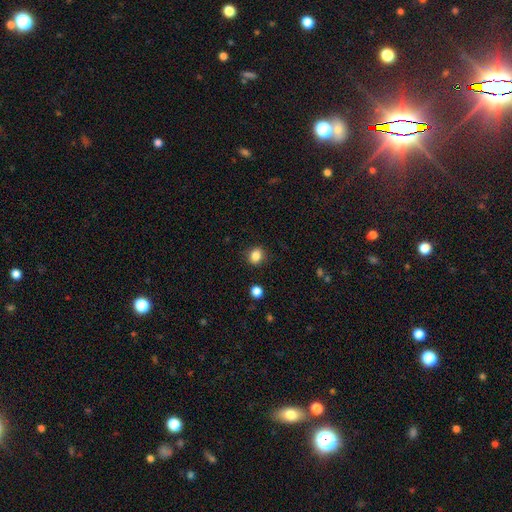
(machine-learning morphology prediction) Smooth or featured?
  - smooth: 85% *
  - star or artifact: 11%
  - featured or disk: 4%
How rounded?
  - round: 76% *
  - in between: 23%
  - cigar-shaped: 1%
Merging?
  - none: 88% *
  - minor disturbance: 8%
  - major disturbance: 2%
  - merger: 1%